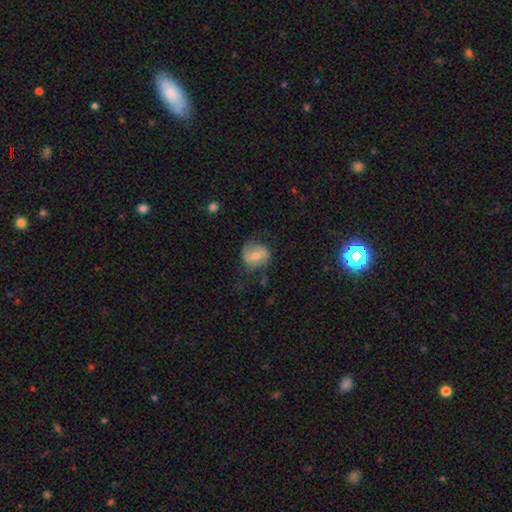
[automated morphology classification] Smooth or featured? smooth (47%)
Merging? none (65%)